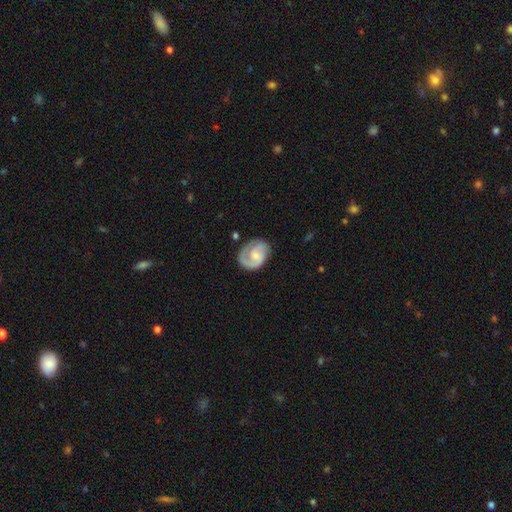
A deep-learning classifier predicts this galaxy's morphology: A featured or disk galaxy (78%) with no bar (55%), 2 (63%) tight (43%) spiral arms (94%) and a small central bulge (52%). Merging: none (69%).